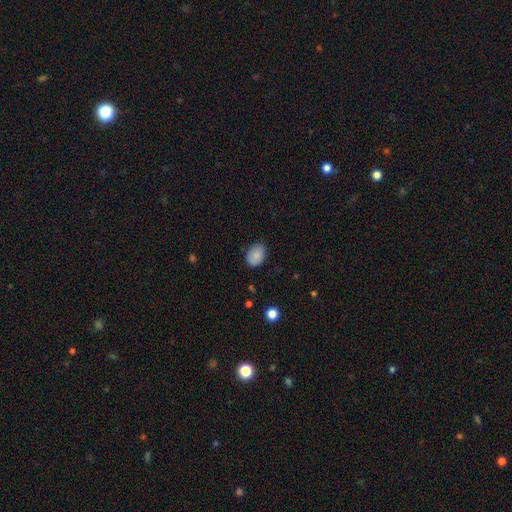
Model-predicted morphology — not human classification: The model was most divided on "how rounded": in between: 75%, round: 25%, cigar-shaped: 1%. More confident: smooth or featured — smooth (85%); merging — none (80%).